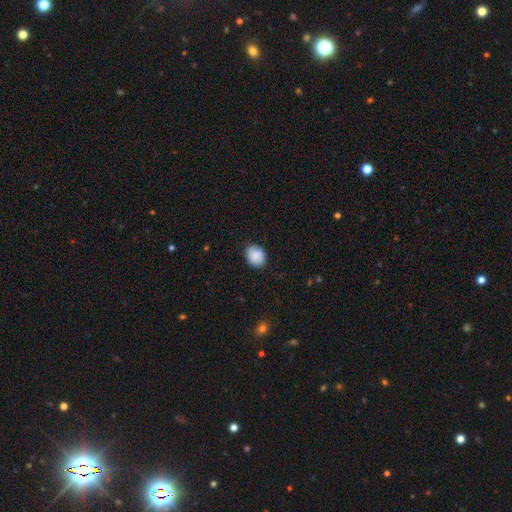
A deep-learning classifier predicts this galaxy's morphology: This is clearly a smooth galaxy (82%). How rounded: possibly round (50%). Merging: likely none (80%).